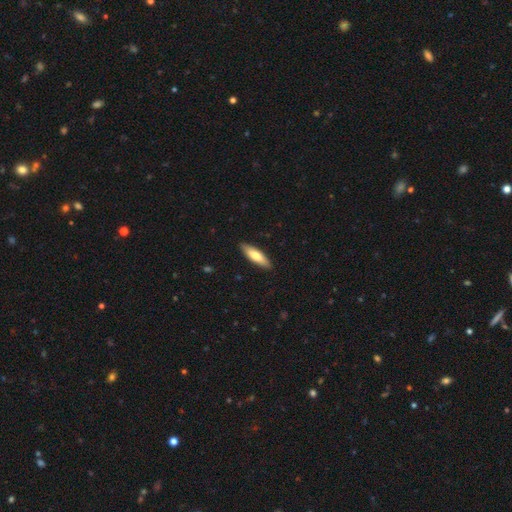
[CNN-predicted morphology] A smooth galaxy with no disk features (74%) that is cigar-shaped (55%).

Vote fractions:
- Smooth or featured? smooth: 74% / featured or disk: 21% / star or artifact: 5%
- How rounded? cigar-shaped: 55% / in between: 43% / round: 2%
- Merging? none: 89% / minor disturbance: 8% / major disturbance: 2% / merger: 1%